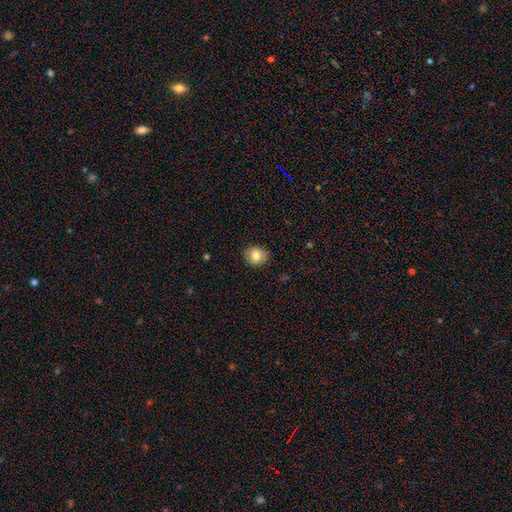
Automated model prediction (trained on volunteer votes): Smooth or featured: smooth — 81% (featured or disk — 10%)
How rounded: round — 68% (in between — 31%)
Merging: none — 86% (minor disturbance — 10%)